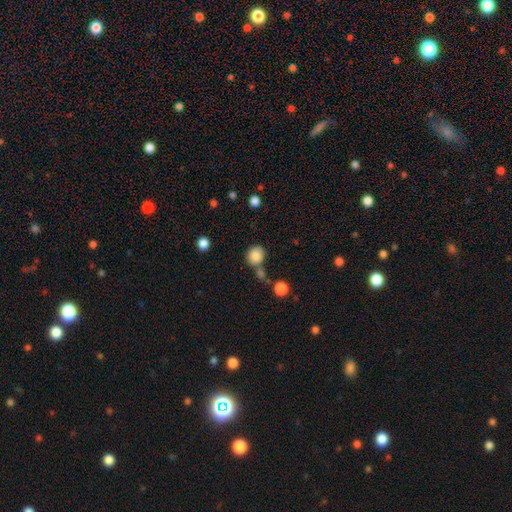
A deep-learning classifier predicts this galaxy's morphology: The model was most divided on "merging": none: 63%, merger: 19%, minor disturbance: 13%, major disturbance: 5%. More confident: smooth or featured — smooth (85%); how rounded — round (78%).